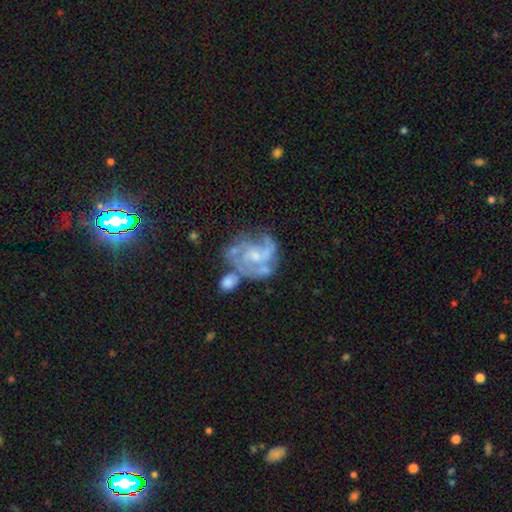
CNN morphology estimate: This is likely a featured or disk galaxy (79%). It is clearly not viewed edge-on (98%). Bar: likely no (65%). Spiral arm pattern: clearly yes (82%). Spiral arm count: marginally 3 (30%). Spiral winding: marginally medium (44%). Central bulge: possibly small (52%). Merging: marginally none (42%).